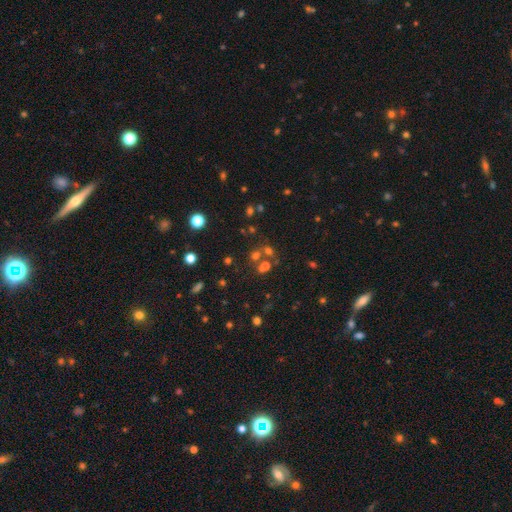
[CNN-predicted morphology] Smooth or featured? Predicted: star or artifact (p=0.47).